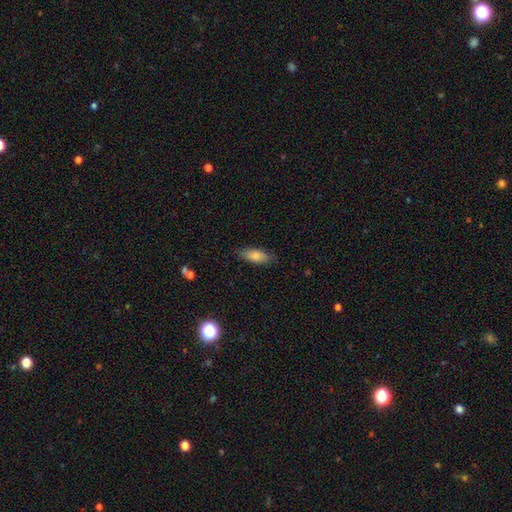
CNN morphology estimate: This appears to be a smooth galaxy with no disk features (80%) that is in between round and cigar-shaped (73%). Merging: none (82%).